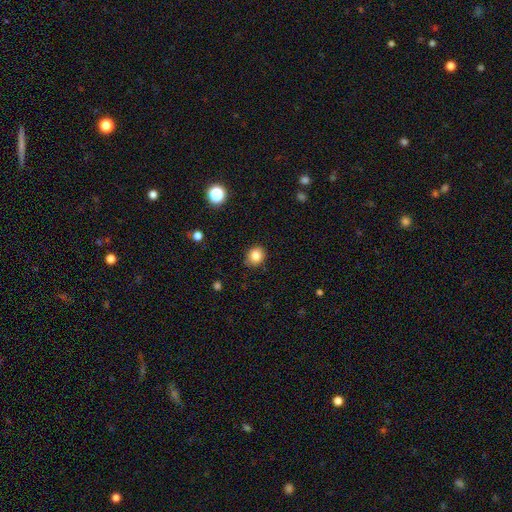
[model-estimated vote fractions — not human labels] Smooth or featured: smooth — 83% (star or artifact — 11%)
How rounded: round — 76% (in between — 24%)
Merging: none — 87% (minor disturbance — 10%)